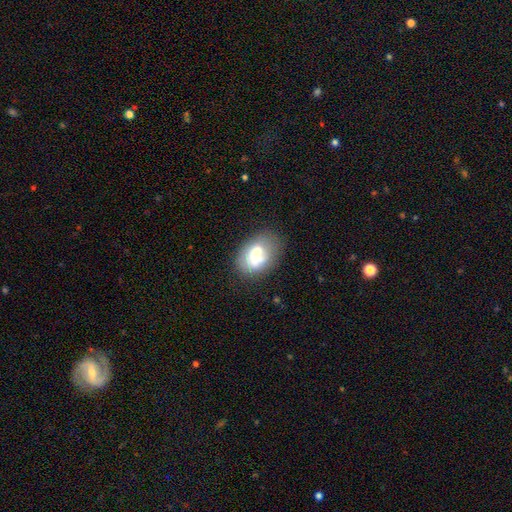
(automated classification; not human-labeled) Smooth or featured: smooth — 66% (featured or disk — 24%)
How rounded: in between — 76% (round — 22%)
Merging: none — 52% (minor disturbance — 26%)